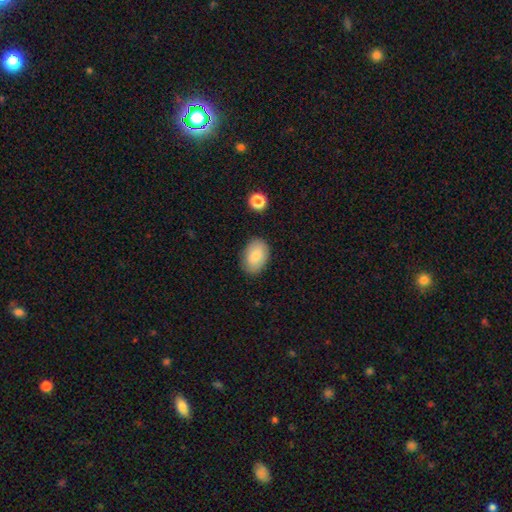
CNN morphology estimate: Smooth or featured: smooth — 82% (featured or disk — 11%)
How rounded: in between — 88% (round — 11%)
Merging: none — 84% (minor disturbance — 11%)